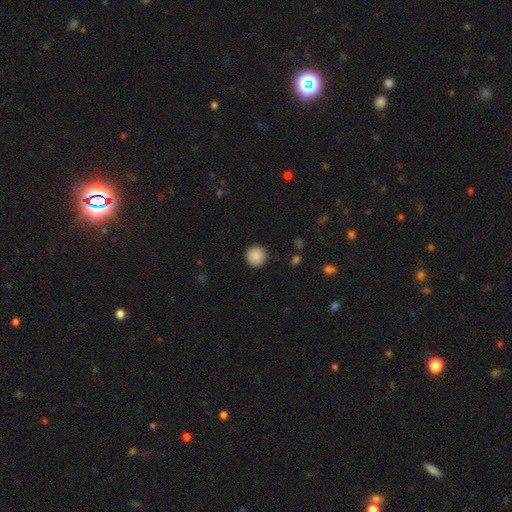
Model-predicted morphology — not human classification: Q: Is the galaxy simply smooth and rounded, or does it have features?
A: smooth — 90%.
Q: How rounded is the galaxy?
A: round — 96%.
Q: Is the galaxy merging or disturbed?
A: none — 92%.